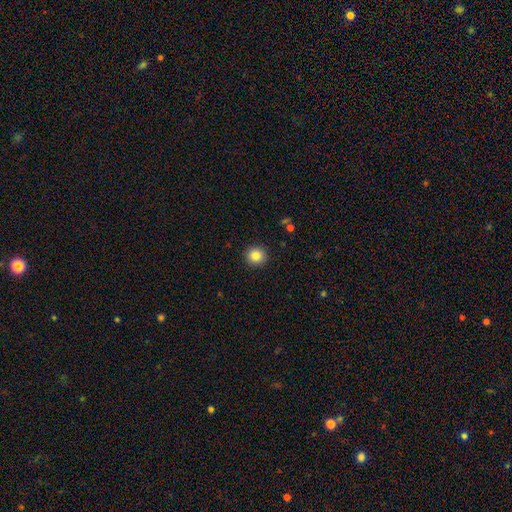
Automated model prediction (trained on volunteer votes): Overall: smooth (84%). How rounded: round (93%). Merging: none (92%).